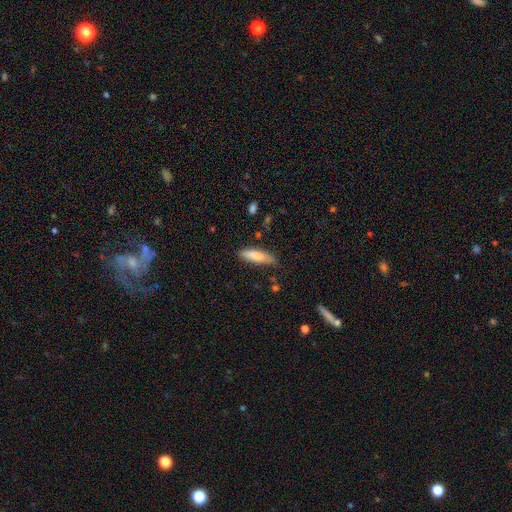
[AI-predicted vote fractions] Q: Smooth or featured?
A: smooth (79%); runner-up: featured or disk (16%)
Q: How rounded?
A: cigar-shaped (64%); runner-up: in between (34%)
Q: Merging?
A: none (75%); runner-up: minor disturbance (19%)